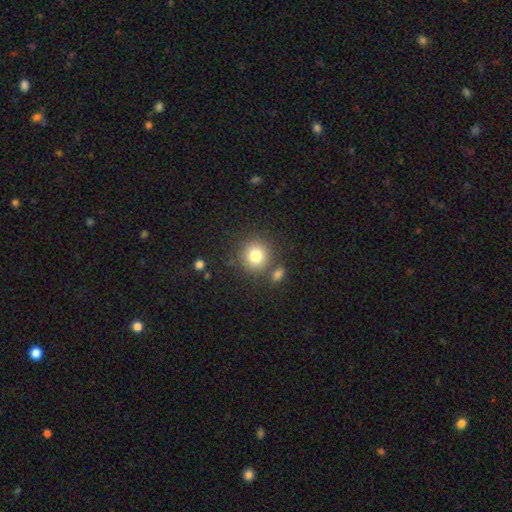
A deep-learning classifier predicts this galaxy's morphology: Smooth or featured? smooth (81%)
How rounded? round (90%)
Merging? none (76%)